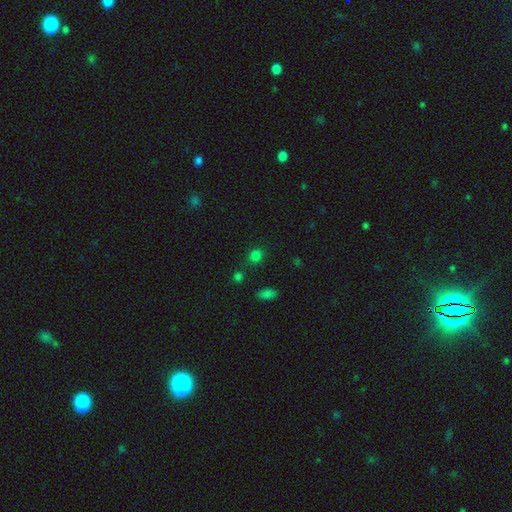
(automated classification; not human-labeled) Overall: smooth (76%). How rounded: round (71%). Merging: none (77%).